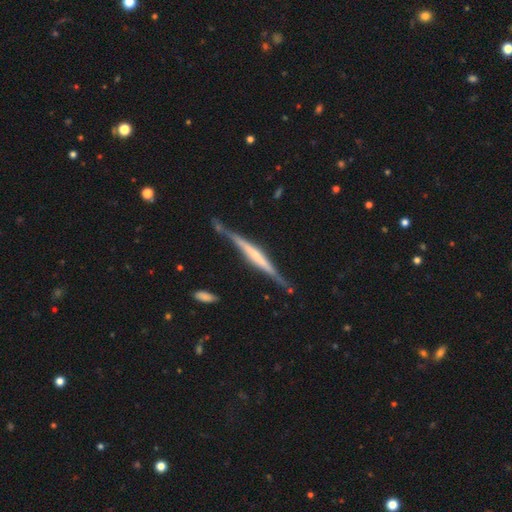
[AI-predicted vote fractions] smooth_or_featured: featured or disk (p=0.76) [alt: smooth p=0.19]
disk_edge_on: yes (p=0.97) [alt: no p=0.03]
edge_on_bulge: rounded (p=0.36) [tied with: none p=0.36]
merging: none (p=0.78) [alt: minor disturbance p=0.16]